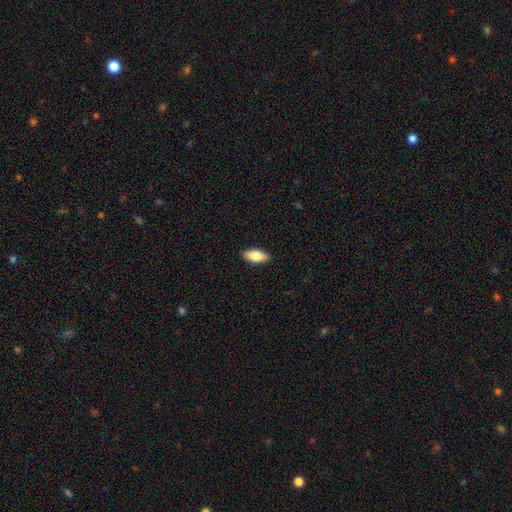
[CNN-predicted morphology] Smooth or featured? smooth (80%)
How rounded? in between (90%)
Merging? none (90%)